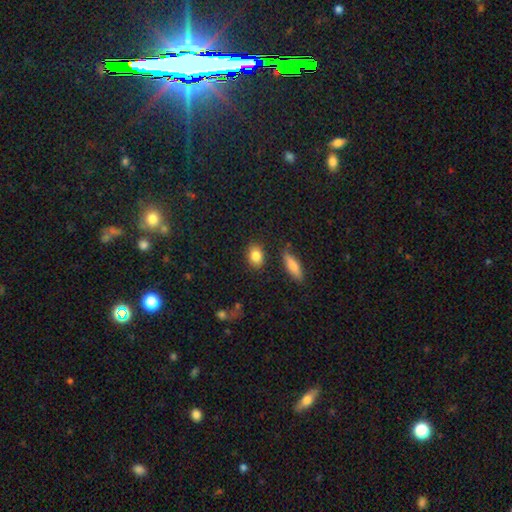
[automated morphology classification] A smooth galaxy with no disk features (84%) that is in between round and cigar-shaped (69%).

Vote fractions:
- Smooth or featured? smooth: 84% / star or artifact: 8% / featured or disk: 8%
- How rounded? in between: 69% / round: 28% / cigar-shaped: 3%
- Merging? none: 84% / minor disturbance: 10% / merger: 3% / major disturbance: 3%